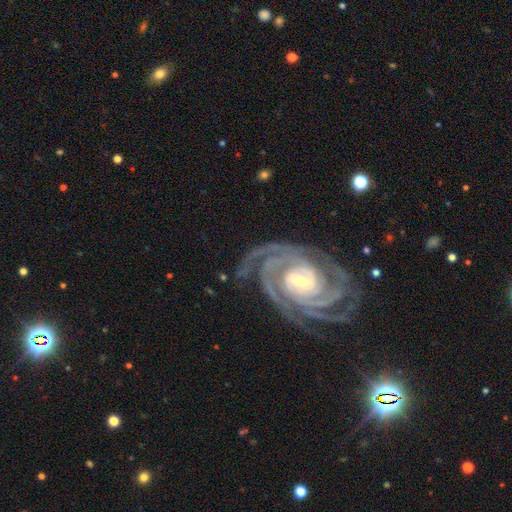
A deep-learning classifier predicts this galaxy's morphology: Q: Smooth or featured?
A: featured or disk (92%); runner-up: star or artifact (6%)
Q: Edge-on disk?
A: no (97%); runner-up: yes (3%)
Q: Bar?
A: weak (37%); runner-up: no (36%)
Q: Spiral arms?
A: yes (99%); runner-up: no (1%)
Q: Spiral winding?
A: tight (78%); runner-up: medium (20%)
Q: Spiral arm count?
A: 3 (27%); runner-up: 4 (26%)
Q: Bulge size?
A: small (57%); runner-up: moderate (36%)
Q: Merging?
A: none (78%); runner-up: minor disturbance (15%)